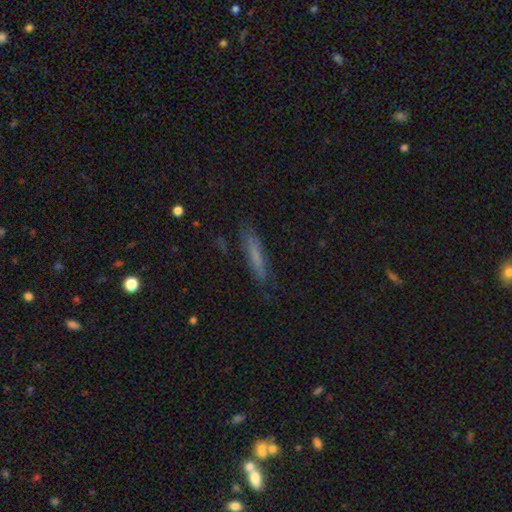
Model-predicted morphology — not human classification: This is likely a smooth galaxy (62%). How rounded: clearly cigar-shaped (90%). Merging: likely none (80%).